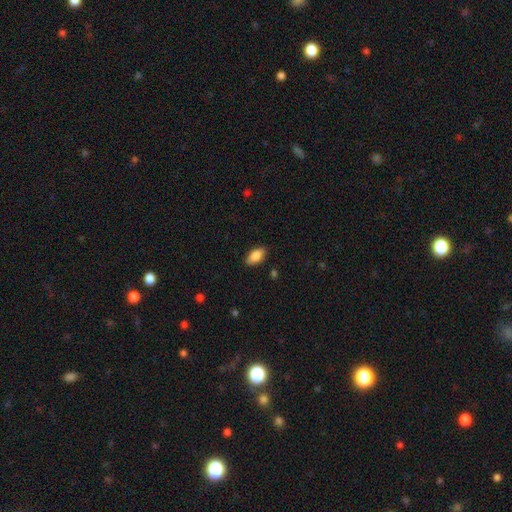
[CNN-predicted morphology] A smooth galaxy with no disk features (84%) that is in between round and cigar-shaped (91%).

Vote fractions:
- Smooth or featured? smooth: 84% / featured or disk: 9% / star or artifact: 7%
- How rounded? in between: 91% / cigar-shaped: 6% / round: 3%
- Merging? none: 85% / minor disturbance: 11% / major disturbance: 2% / merger: 1%